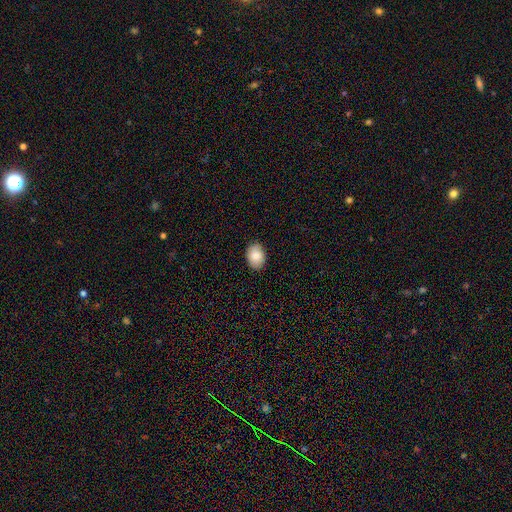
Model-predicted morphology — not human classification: Smooth or featured? smooth (87%)
How rounded? in between (77%)
Merging? none (86%)